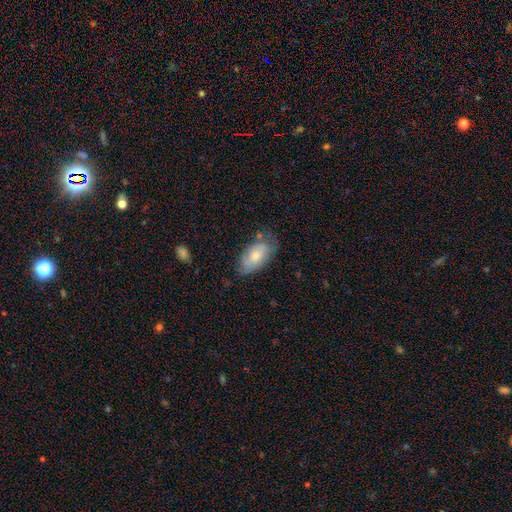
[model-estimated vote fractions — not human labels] Smooth or featured? smooth (63%)
How rounded? in between (93%)
Merging? none (61%)